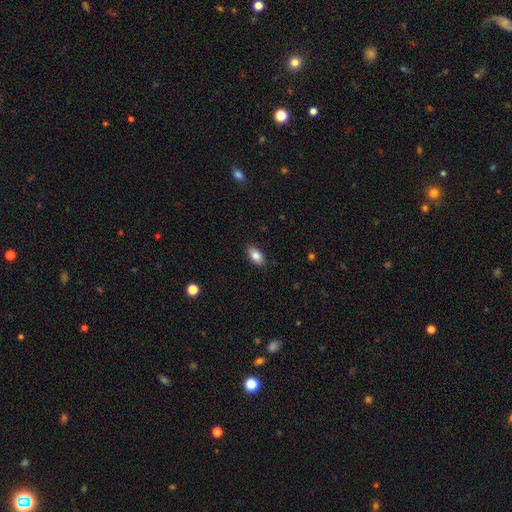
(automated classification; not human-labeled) smooth 84%, featured or disk 8%, star or artifact 8%. Down the decision tree: how rounded — in between (91%); merging — none (87%).